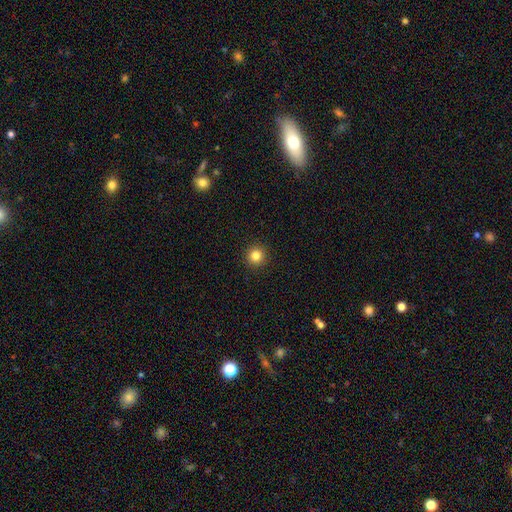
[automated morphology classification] smooth 83%, star or artifact 12%, featured or disk 5%. Down the decision tree: how rounded — round (96%); merging — none (93%).